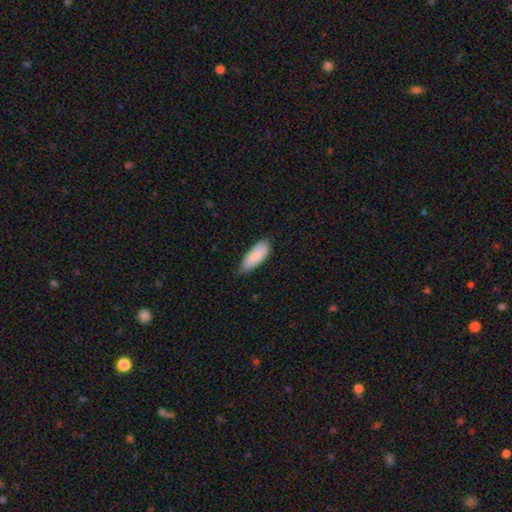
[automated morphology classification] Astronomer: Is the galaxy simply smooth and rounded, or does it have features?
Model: smooth — 85%.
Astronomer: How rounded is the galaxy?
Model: in between — 81%.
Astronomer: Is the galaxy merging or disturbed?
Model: none — 63%.